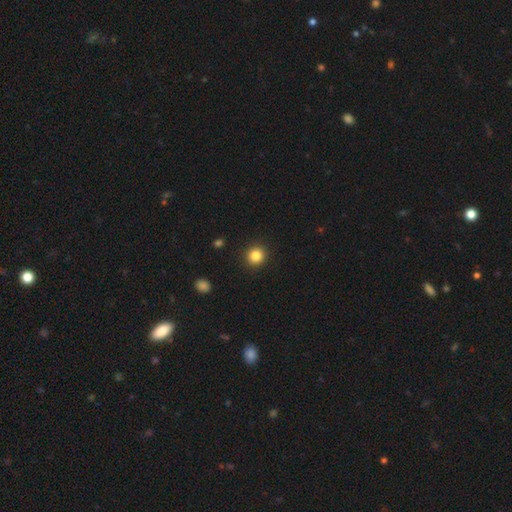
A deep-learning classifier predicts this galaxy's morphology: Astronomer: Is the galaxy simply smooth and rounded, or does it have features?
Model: smooth — 85%.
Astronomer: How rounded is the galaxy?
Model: round — 92%.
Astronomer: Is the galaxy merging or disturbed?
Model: none — 92%.